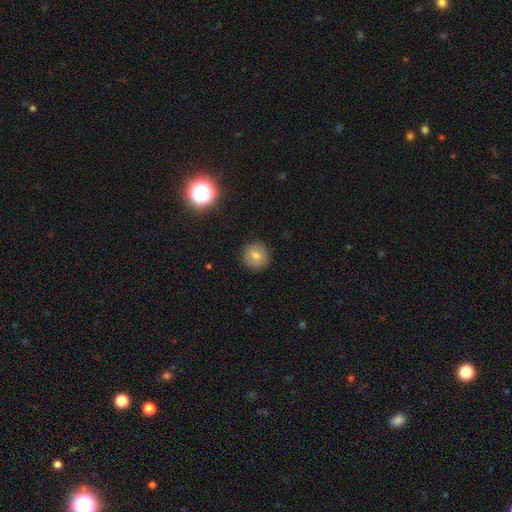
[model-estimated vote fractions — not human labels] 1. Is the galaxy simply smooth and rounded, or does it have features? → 74% smooth, 14% featured or disk, 11% star or artifact.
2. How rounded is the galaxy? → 92% round, 7% in between, 1% cigar-shaped.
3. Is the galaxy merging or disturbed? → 90% none, 7% minor disturbance, 2% major disturbance, 1% merger.